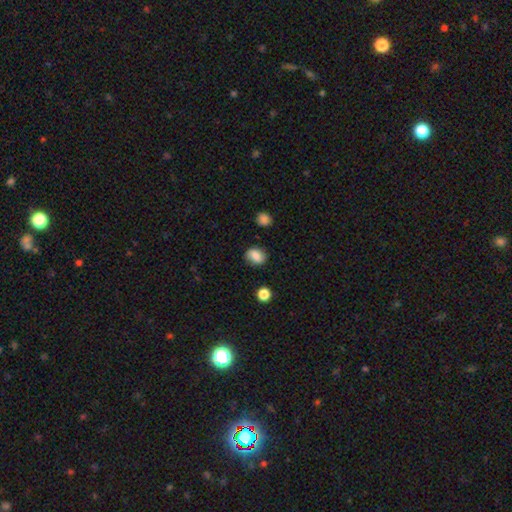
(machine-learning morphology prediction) type=smooth (80%); roundness=in between (59%); merging=none (77%).